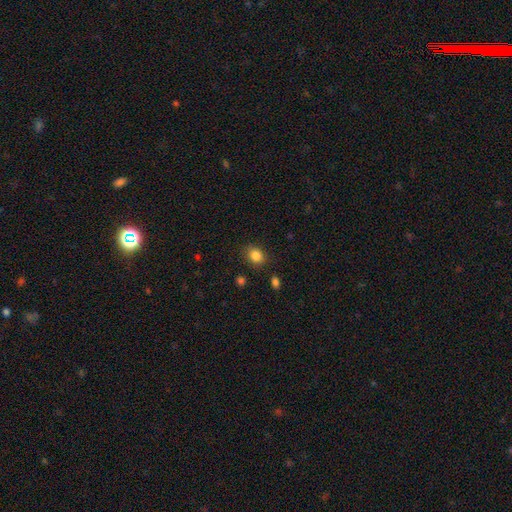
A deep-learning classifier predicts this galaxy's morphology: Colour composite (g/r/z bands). It shows a smooth galaxy with no disk features (85%) that is round (51%). Merging: none (83%).